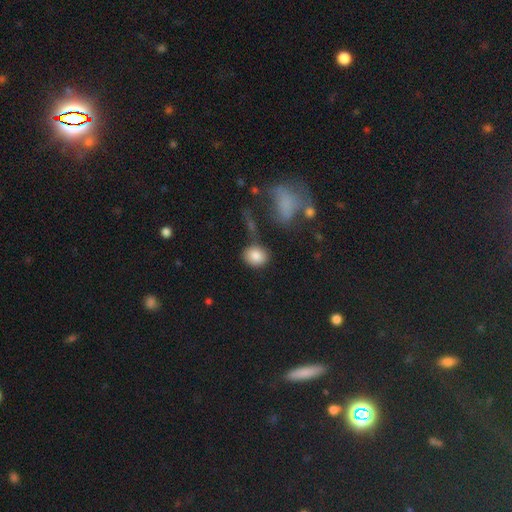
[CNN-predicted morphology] Smooth or featured? smooth (84%)
How rounded? round (60%)
Merging? none (66%)